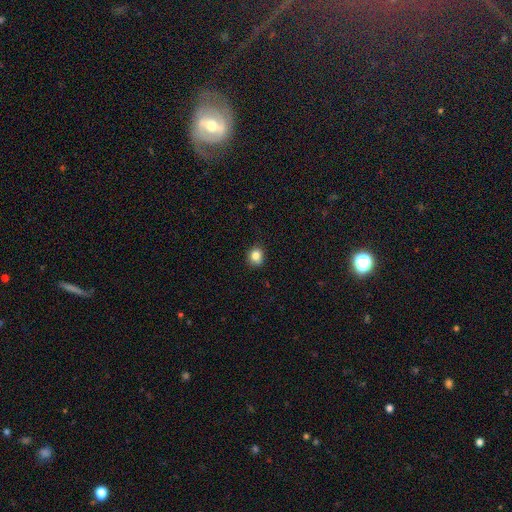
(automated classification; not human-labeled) Morphology: type=smooth (84%); roundness=round (76%); merging=none (86%).